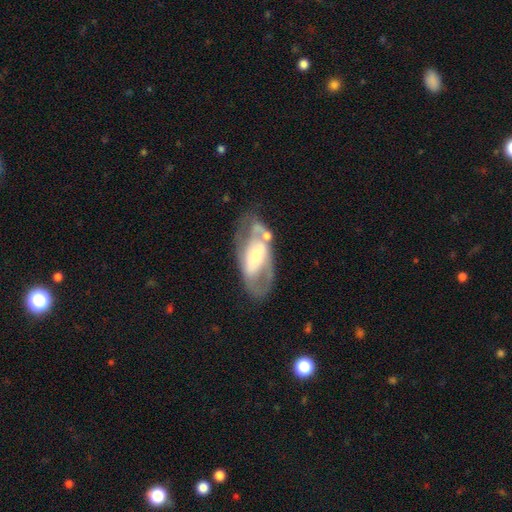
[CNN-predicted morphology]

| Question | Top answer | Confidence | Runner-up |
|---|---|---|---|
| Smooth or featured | featured or disk | 74% | smooth (20%) |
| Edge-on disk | no | 92% | yes (8%) |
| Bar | strong | 34% | tied: weak (34%) |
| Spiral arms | yes | 71% | no (29%) |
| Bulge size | moderate | 48% | small (35%) |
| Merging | none | 57% | minor disturbance (21%) |